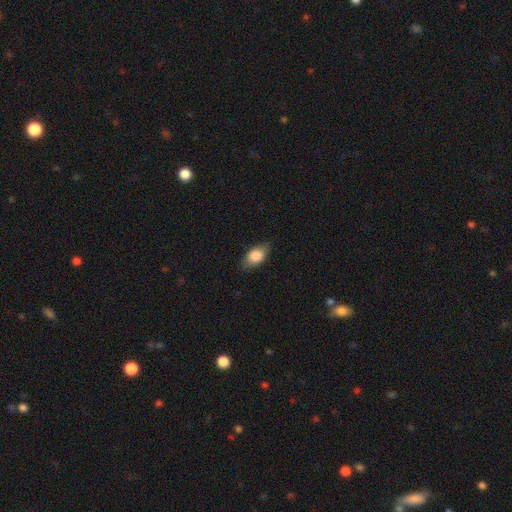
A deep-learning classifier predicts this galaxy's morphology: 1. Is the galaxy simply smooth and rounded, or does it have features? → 82% smooth, 11% featured or disk, 7% star or artifact.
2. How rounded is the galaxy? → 88% in between, 8% round, 4% cigar-shaped.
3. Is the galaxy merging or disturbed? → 81% none, 15% minor disturbance, 3% major disturbance, 1% merger.